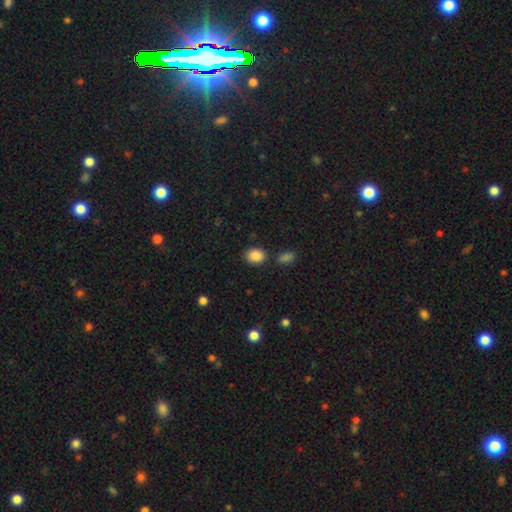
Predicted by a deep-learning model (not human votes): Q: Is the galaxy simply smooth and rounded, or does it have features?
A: smooth — 87%.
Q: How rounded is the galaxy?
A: in between — 60%.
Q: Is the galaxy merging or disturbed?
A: none — 78%.